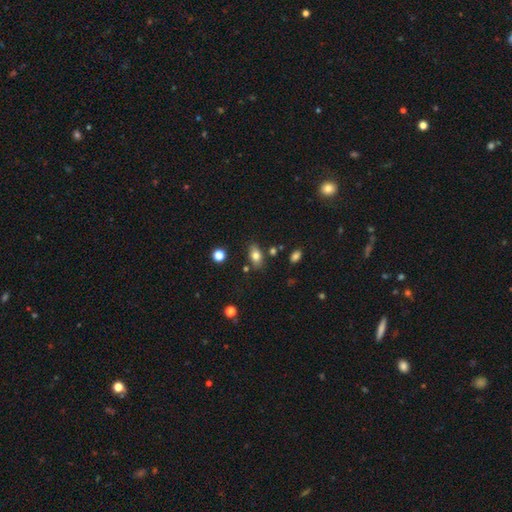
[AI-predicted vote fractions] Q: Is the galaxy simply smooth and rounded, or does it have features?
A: smooth — 79%.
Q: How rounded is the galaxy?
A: in between — 87%.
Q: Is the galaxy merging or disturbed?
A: none — 79%.